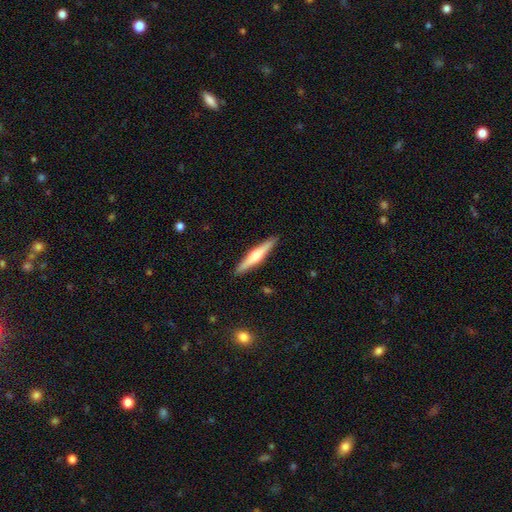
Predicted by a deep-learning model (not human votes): Smooth or featured?
  - featured or disk: 56% *
  - smooth: 38%
  - star or artifact: 5%
Edge-on disk?
  - yes: 97% *
  - no: 3%
Edge-on bulge?
  - rounded: 88% *
  - none: 7%
  - boxy: 5%
Merging?
  - none: 91% *
  - minor disturbance: 6%
  - major disturbance: 1%
  - merger: 1%